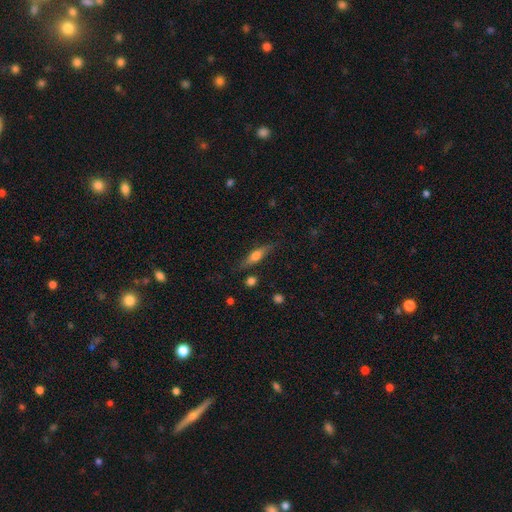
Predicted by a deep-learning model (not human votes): This appears to be a featured or disk galaxy (48%). Merging: none (79%).